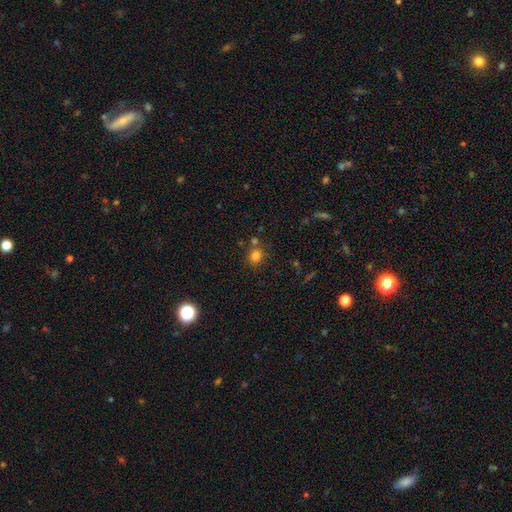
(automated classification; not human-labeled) Smooth or featured? Predicted: smooth (p=0.80). How rounded? Predicted: round (p=0.84). Merging? Predicted: none (p=0.72).